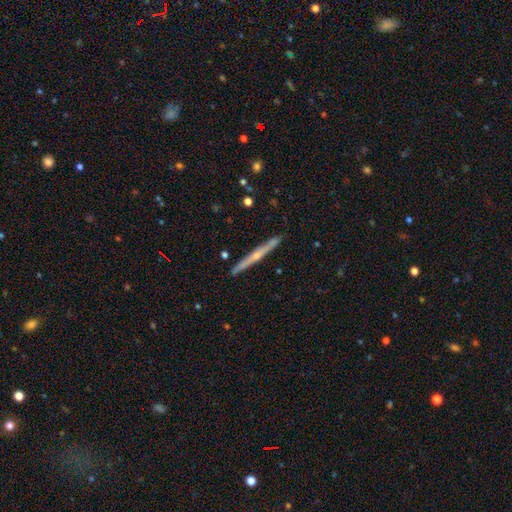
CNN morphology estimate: The model was most divided on "edge-on bulge": rounded: 63%, none: 33%, boxy: 4%. More confident: edge-on disk — yes (97%); merging — none (90%); smooth or featured — featured or disk (67%).